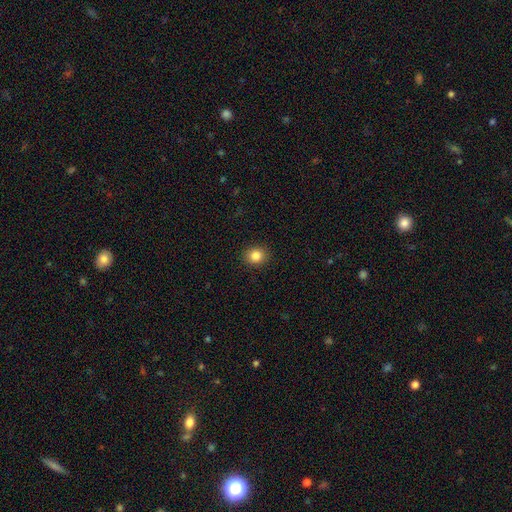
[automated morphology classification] Smooth or featured? smooth (85%)
How rounded? round (75%)
Merging? none (91%)